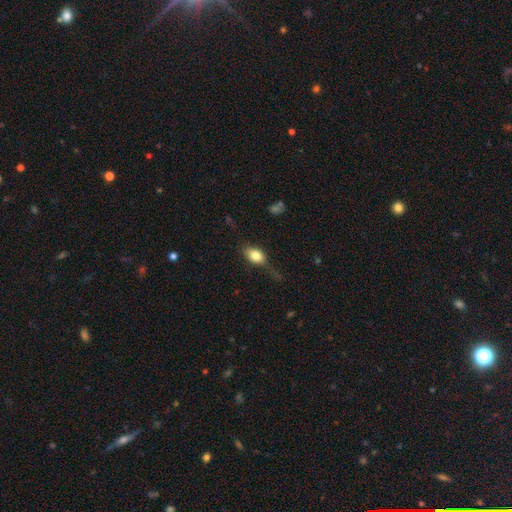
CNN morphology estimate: Smooth or featured?
  - smooth: 77% *
  - featured or disk: 15%
  - star or artifact: 8%
How rounded?
  - in between: 83% *
  - round: 13%
  - cigar-shaped: 4%
Merging?
  - none: 56% *
  - minor disturbance: 26%
  - major disturbance: 15%
  - merger: 3%